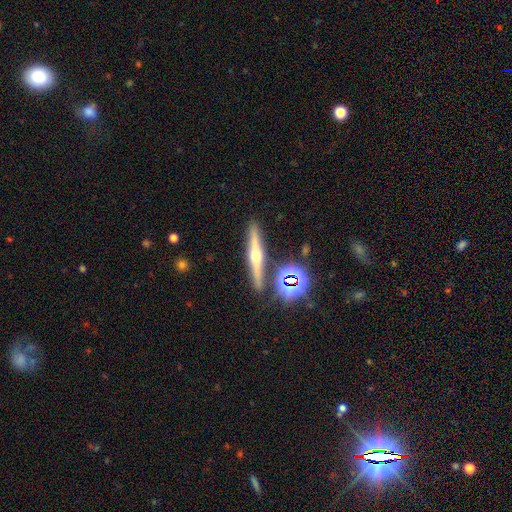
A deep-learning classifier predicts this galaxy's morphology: A featured or disk galaxy (65%) viewed edge-on (96%) with a rounded central bulge (91%). Merging: none (87%).